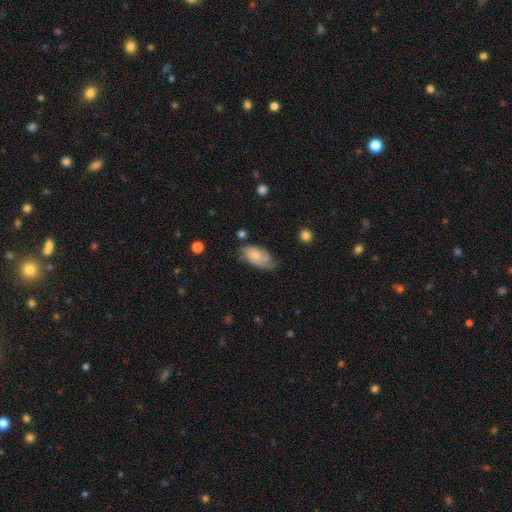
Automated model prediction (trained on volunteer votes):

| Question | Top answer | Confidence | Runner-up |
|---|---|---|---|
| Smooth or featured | smooth | 61% | featured or disk (33%) |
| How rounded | in between | 92% | cigar-shaped (5%) |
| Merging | none | 53% | minor disturbance (34%) |